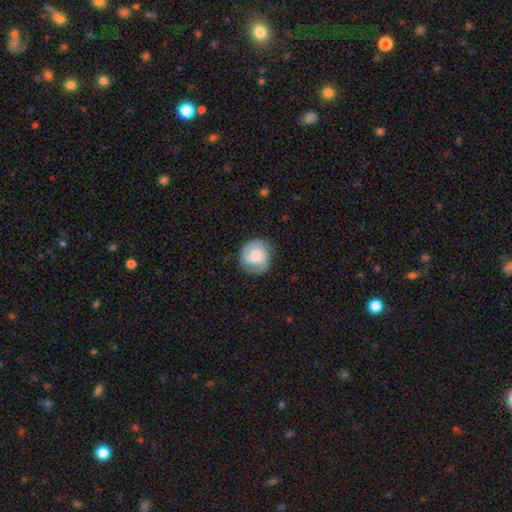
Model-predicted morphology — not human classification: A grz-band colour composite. It shows a featured or disk galaxy (47%). Merging: none (77%).